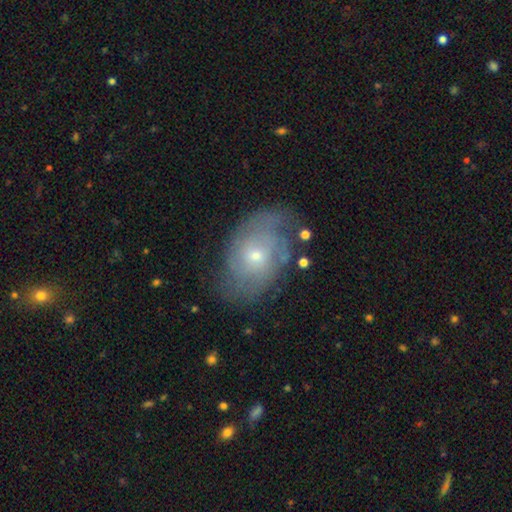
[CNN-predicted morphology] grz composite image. It shows a featured or disk galaxy (69%) with no bar (76%), tight (57%) spiral arms (85%) and a small central bulge (62%). Merging: none (69%).